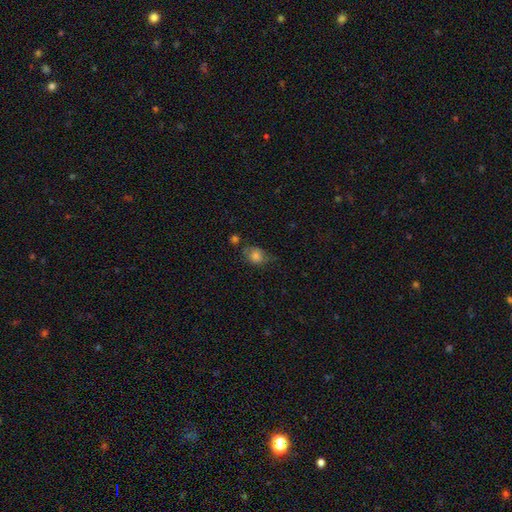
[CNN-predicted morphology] A smooth galaxy with no disk features (72%) that is in between round and cigar-shaped (50%).

Vote fractions:
- Smooth or featured? smooth: 72% / featured or disk: 16% / star or artifact: 12%
- How rounded? in between: 50% / round: 48% / cigar-shaped: 2%
- Merging? none: 50% / minor disturbance: 30% / major disturbance: 14% / merger: 6%